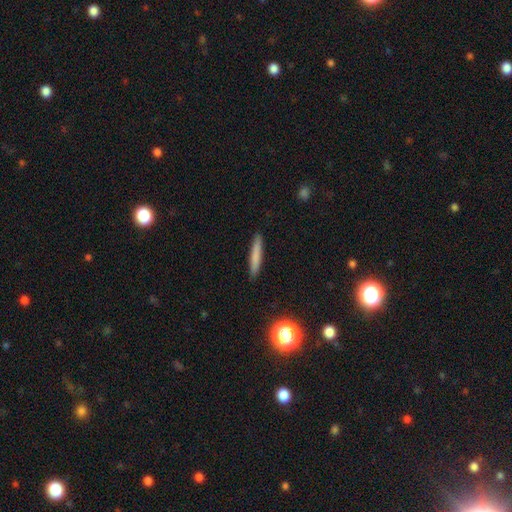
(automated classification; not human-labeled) This is likely a smooth galaxy (74%). How rounded: clearly cigar-shaped (94%). Merging: clearly none (91%).